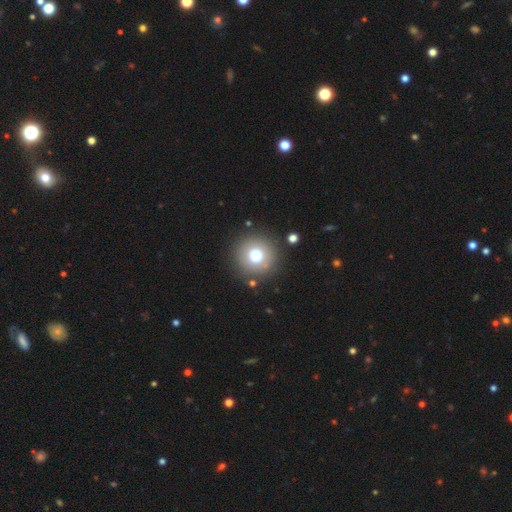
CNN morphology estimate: Q: Smooth or featured?
A: smooth (70%); runner-up: featured or disk (19%)
Q: How rounded?
A: round (95%); runner-up: in between (4%)
Q: Merging?
A: none (82%); runner-up: minor disturbance (9%)